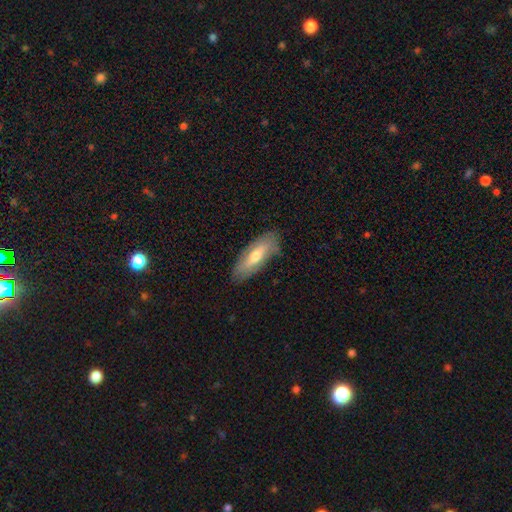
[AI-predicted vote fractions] The model was most divided on "smooth or featured": smooth: 52%, featured or disk: 41%, star or artifact: 7%. More confident: merging — none (82%); how rounded — in between (62%).